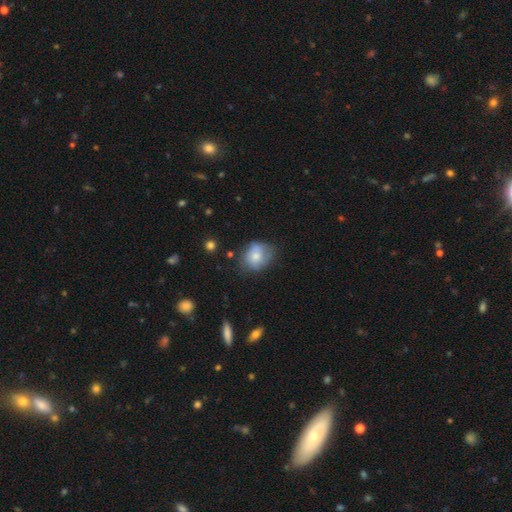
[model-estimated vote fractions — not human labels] This is likely a smooth galaxy (66%). How rounded: possibly round (55%). Merging: possibly none (50%).